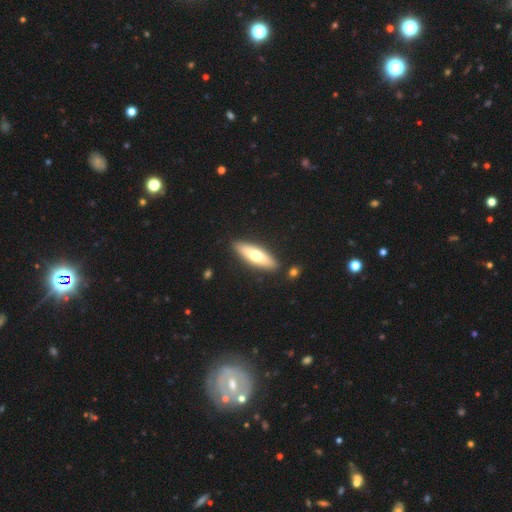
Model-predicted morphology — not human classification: Smooth or featured: smooth — 58% (featured or disk — 37%)
How rounded: cigar-shaped — 57% (in between — 41%)
Merging: none — 88% (minor disturbance — 8%)